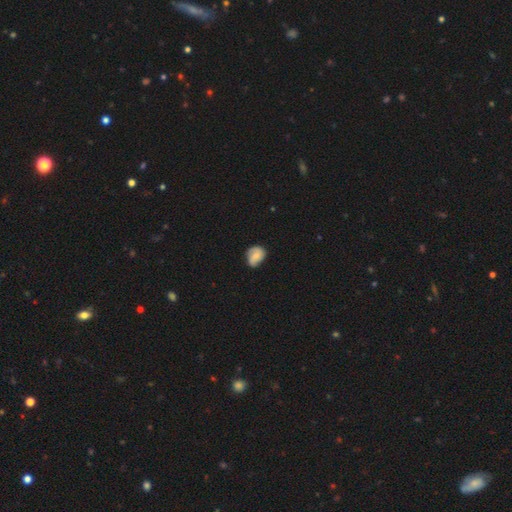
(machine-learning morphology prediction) type=smooth (54%); roundness=in between (53%); merging=none (58%).